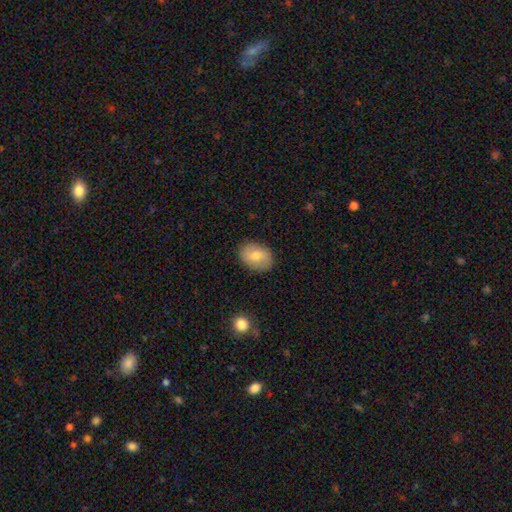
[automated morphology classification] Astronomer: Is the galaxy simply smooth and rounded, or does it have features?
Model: smooth — 62%.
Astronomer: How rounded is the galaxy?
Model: in between — 78%.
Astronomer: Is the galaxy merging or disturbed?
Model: none — 86%.